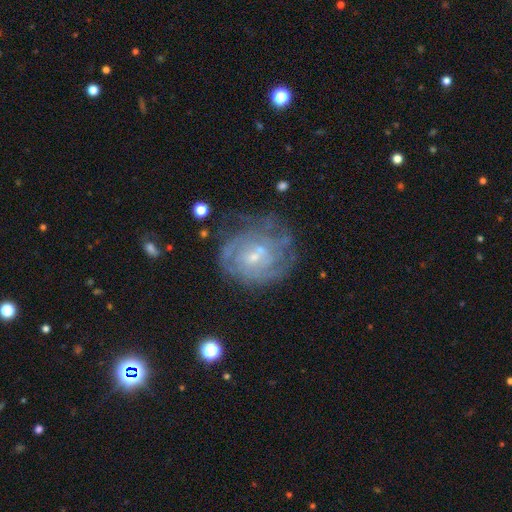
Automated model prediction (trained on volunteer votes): Smooth or featured: featured or disk — 76% (smooth — 15%)
Edge-on disk: no — 97% (yes — 3%)
Bar: no — 58% (weak — 35%)
Spiral arms: yes — 80% (no — 20%)
Spiral winding: tight — 66% (medium — 25%)
Spiral arm count: can't tell — 55% (2 — 13%)
Bulge size: small — 74% (moderate — 19%)
Merging: none — 56% (minor disturbance — 21%)